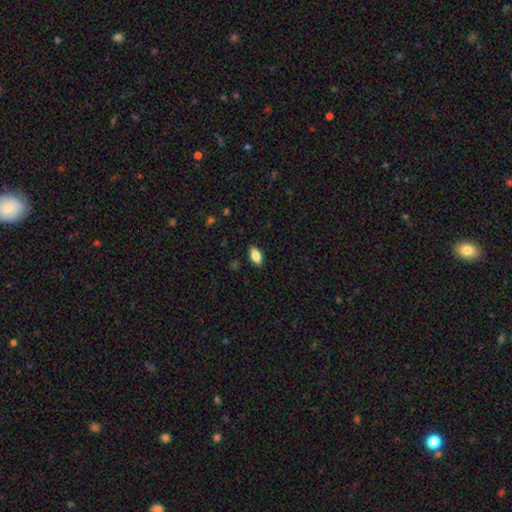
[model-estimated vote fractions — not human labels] The model was most divided on "smooth or featured": smooth: 81%, featured or disk: 12%, star or artifact: 7%. More confident: merging — none (88%); how rounded — in between (88%).